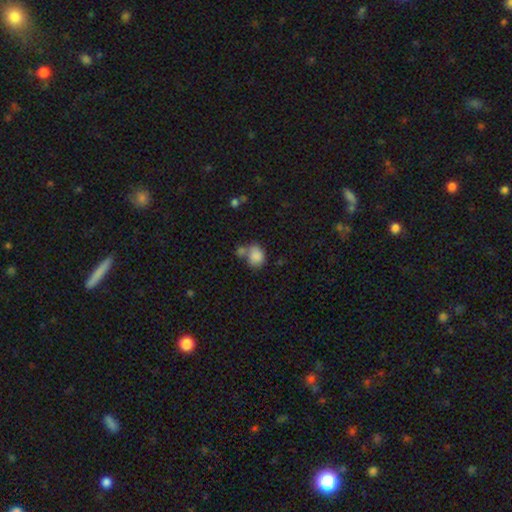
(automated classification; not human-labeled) This is clearly a smooth galaxy (85%). How rounded: possibly round (54%). Merging: marginally none (44%).